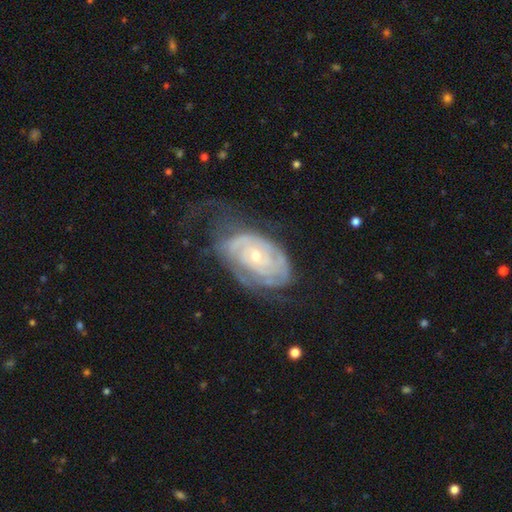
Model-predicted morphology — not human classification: featured or disk 82%, smooth 12%, star or artifact 6%. Down the decision tree: edge-on disk — no (95%); bar — no (75%); spiral arms — yes (90%); spiral arm count — can't tell (46%); spiral winding — tight (71%); bulge size — small (68%); merging — none (47%).